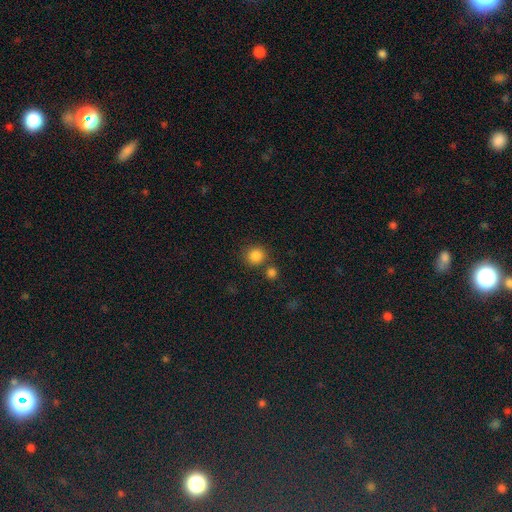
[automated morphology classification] Smooth or featured? Predicted: smooth (p=0.84). How rounded? Predicted: round (p=0.90). Merging? Predicted: none (p=0.74).